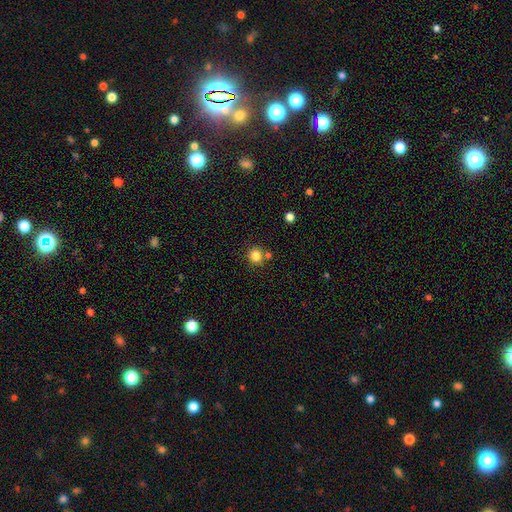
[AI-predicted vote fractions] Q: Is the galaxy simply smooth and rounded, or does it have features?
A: smooth — 83%.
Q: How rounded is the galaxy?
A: round — 93%.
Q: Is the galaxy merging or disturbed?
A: none — 79%.